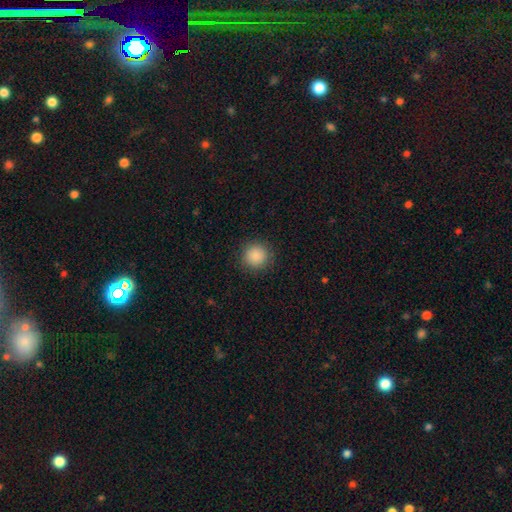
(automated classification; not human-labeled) smooth 88%, star or artifact 9%, featured or disk 3%. Down the decision tree: how rounded — round (94%); merging — none (91%).